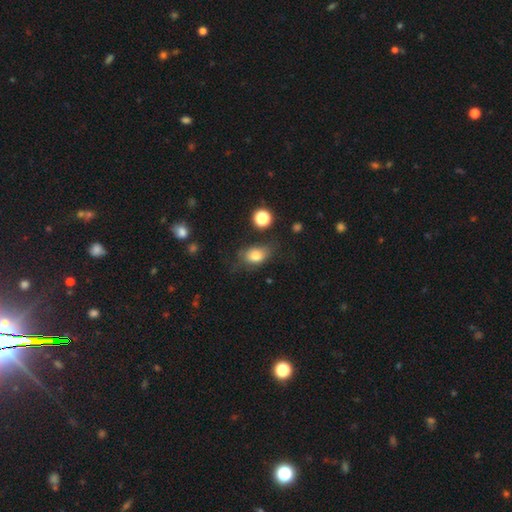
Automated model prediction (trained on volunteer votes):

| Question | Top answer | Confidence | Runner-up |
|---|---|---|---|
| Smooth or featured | smooth | 78% | featured or disk (12%) |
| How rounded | in between | 76% | round (22%) |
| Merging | none | 57% | minor disturbance (27%) |